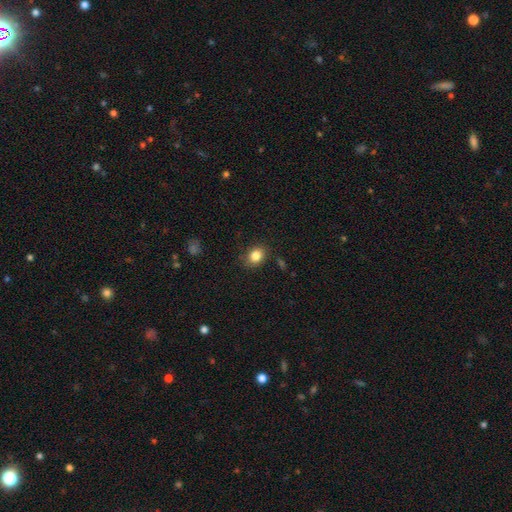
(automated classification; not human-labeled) Smooth or featured?
  - smooth: 84% *
  - star or artifact: 10%
  - featured or disk: 6%
How rounded?
  - round: 50% *
  - in between: 49%
  - cigar-shaped: 1%
Merging?
  - none: 82% *
  - minor disturbance: 13%
  - major disturbance: 3%
  - merger: 2%